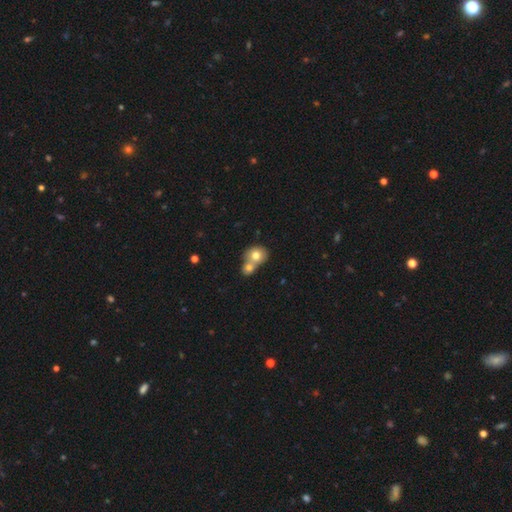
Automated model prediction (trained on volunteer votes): Smooth or featured? smooth (75%)
How rounded? round (71%)
Merging? merger (65%)